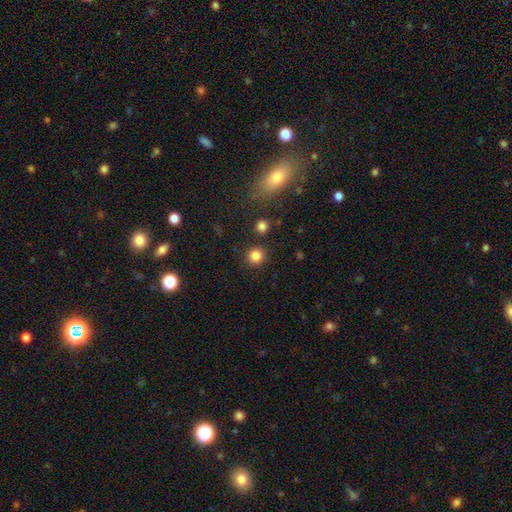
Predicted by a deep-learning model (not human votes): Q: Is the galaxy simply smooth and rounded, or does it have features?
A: smooth — 84%.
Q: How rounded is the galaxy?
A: round — 91%.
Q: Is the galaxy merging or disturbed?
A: none — 87%.